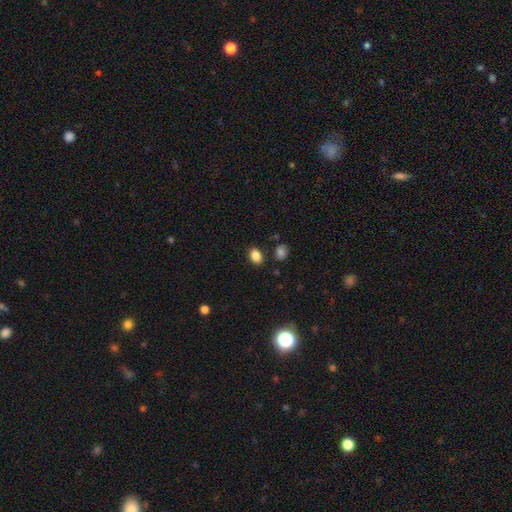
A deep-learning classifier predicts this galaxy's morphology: smooth 85%, star or artifact 10%, featured or disk 5%. Down the decision tree: how rounded — in between (78%); merging — none (83%).